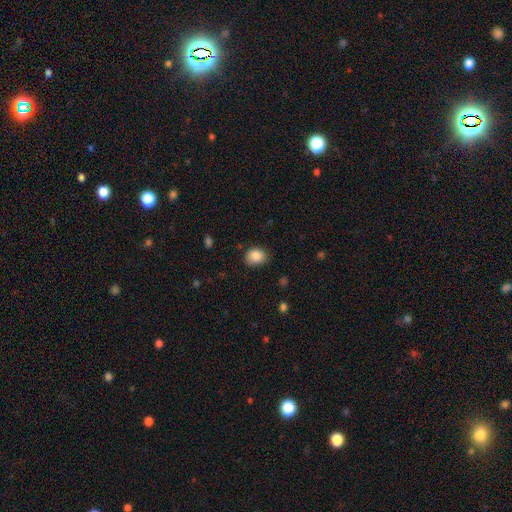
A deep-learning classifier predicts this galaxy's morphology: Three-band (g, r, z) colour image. It shows a smooth galaxy with no disk features (86%) that is round (52%). Merging: none (76%).